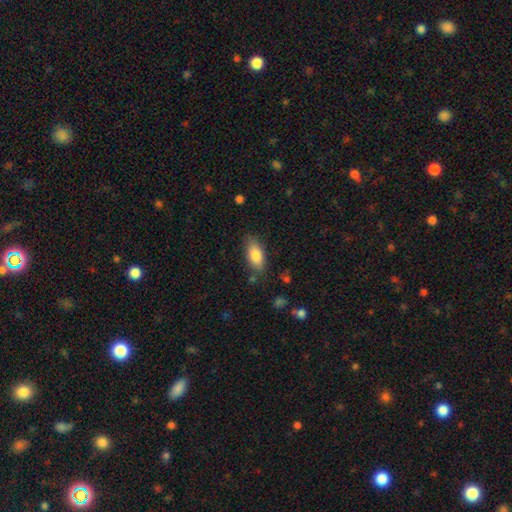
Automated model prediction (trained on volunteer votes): Overall: smooth (83%). How rounded: in between (84%). Merging: none (80%).